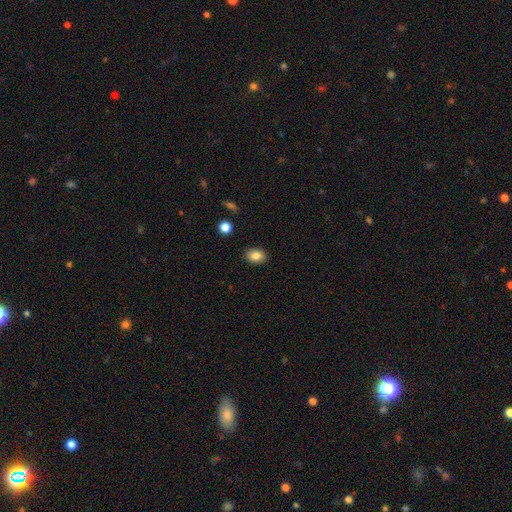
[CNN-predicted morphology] Smooth or featured?
  - smooth: 84% *
  - star or artifact: 9%
  - featured or disk: 7%
How rounded?
  - in between: 75% *
  - round: 24%
  - cigar-shaped: 1%
Merging?
  - none: 89% *
  - minor disturbance: 8%
  - major disturbance: 2%
  - merger: 1%